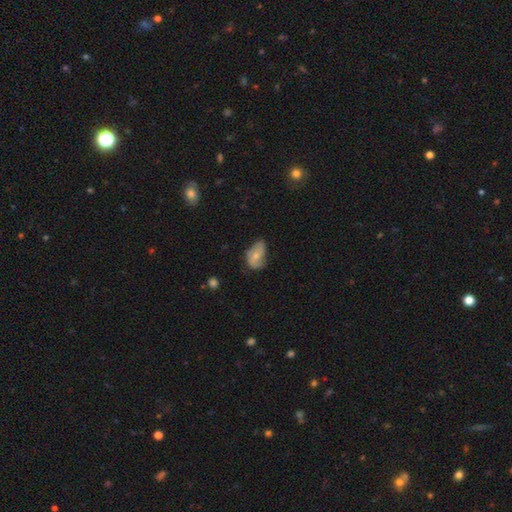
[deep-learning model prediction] smooth_or_featured: smooth (p=0.48) [alt: featured or disk p=0.44]
merging: minor disturbance (p=0.41) [alt: none p=0.39]